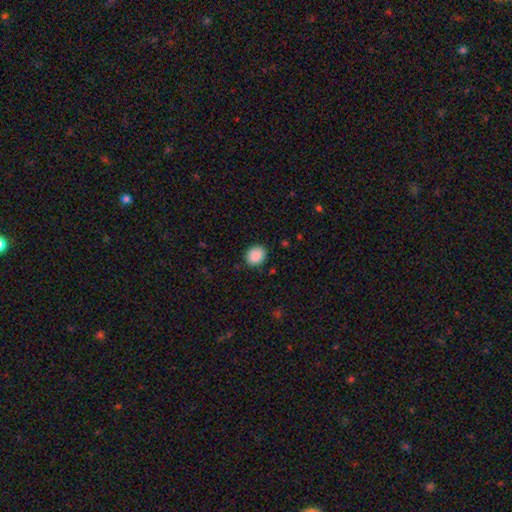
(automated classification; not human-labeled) Smooth or featured? smooth (89%)
How rounded? round (65%)
Merging? none (88%)